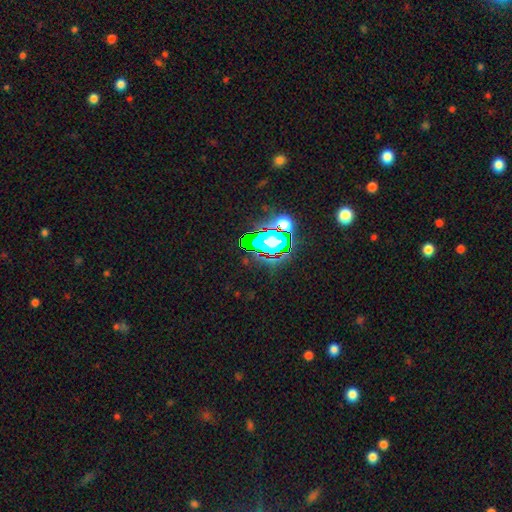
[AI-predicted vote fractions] A star or artifact, not a galaxy (80%).